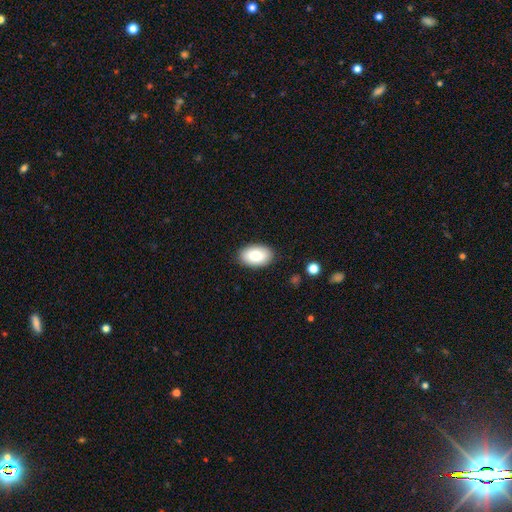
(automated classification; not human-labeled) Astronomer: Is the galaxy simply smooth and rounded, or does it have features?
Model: smooth — 85%.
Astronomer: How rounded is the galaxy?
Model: in between — 93%.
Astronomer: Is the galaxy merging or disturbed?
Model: none — 87%.